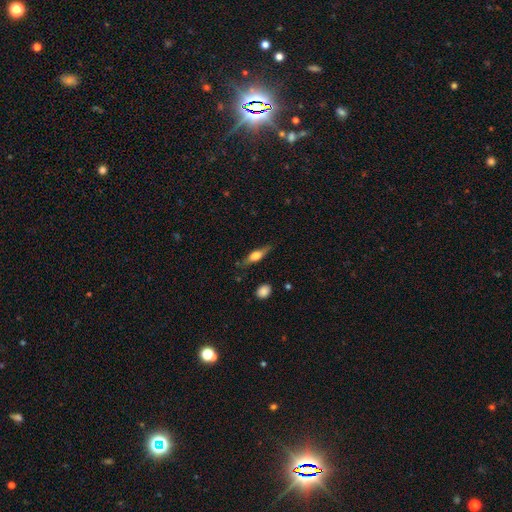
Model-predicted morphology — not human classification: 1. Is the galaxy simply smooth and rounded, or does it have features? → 49% featured or disk, 44% smooth, 7% star or artifact.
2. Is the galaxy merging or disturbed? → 78% none, 16% minor disturbance, 4% major disturbance, 2% merger.